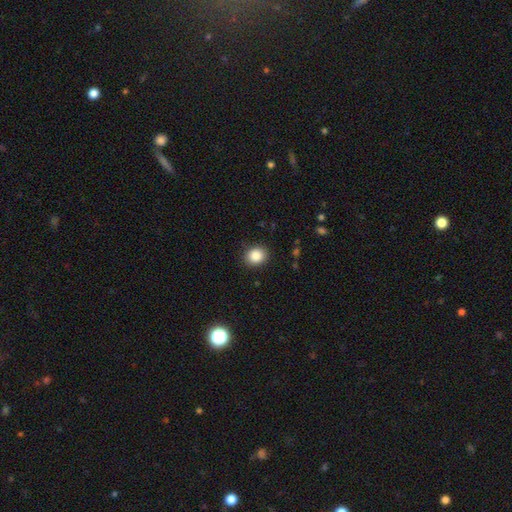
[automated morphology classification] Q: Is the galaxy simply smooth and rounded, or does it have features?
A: smooth — 87%.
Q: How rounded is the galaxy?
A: round — 66%.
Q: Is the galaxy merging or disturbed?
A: none — 88%.